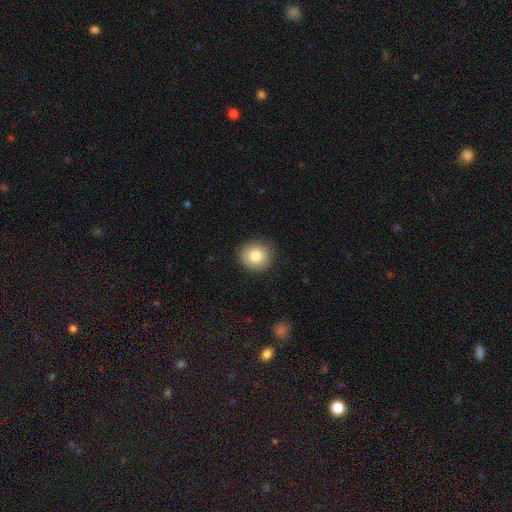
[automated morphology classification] A smooth galaxy with no disk features (83%) that is round (88%). Merging: none (88%).